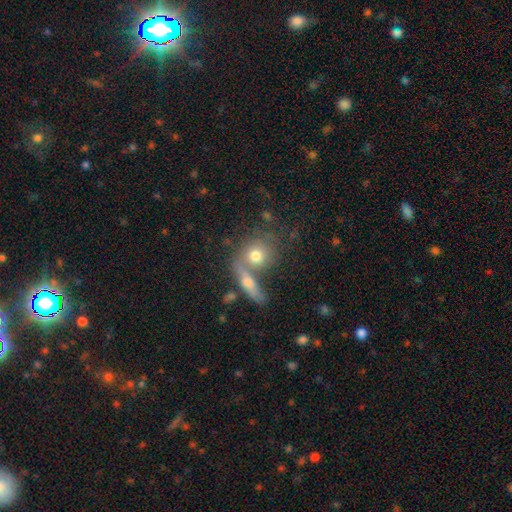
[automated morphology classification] Overall: smooth (69%). How rounded: round (70%). Merging: none (44%; merger 40%).